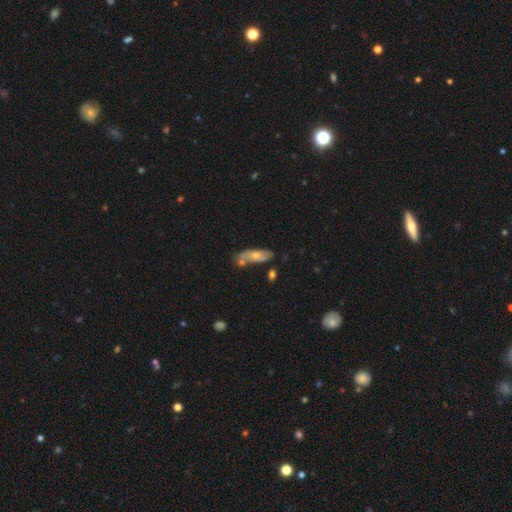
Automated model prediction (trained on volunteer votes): Smooth or featured?
  - smooth: 58% *
  - featured or disk: 36%
  - star or artifact: 7%
How rounded?
  - in between: 67% *
  - cigar-shaped: 30%
  - round: 3%
Merging?
  - none: 48% *
  - minor disturbance: 23%
  - merger: 21%
  - major disturbance: 8%